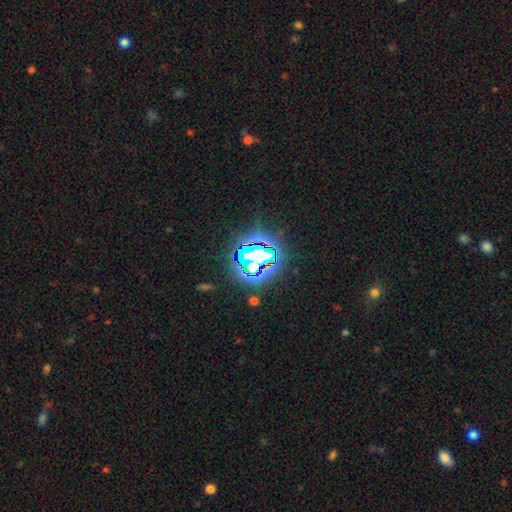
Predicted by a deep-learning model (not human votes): Smooth or featured: star or artifact — 73% (smooth — 14%)